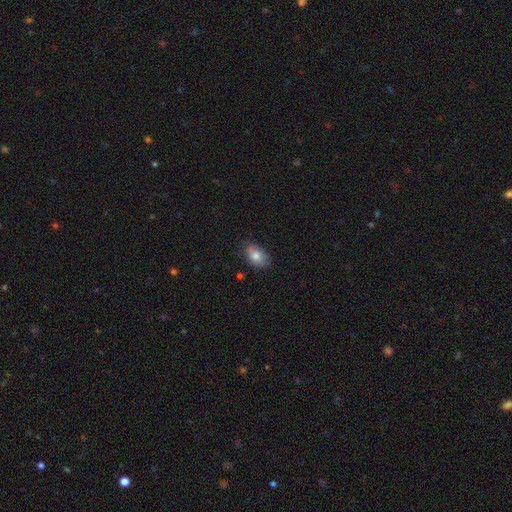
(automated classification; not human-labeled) smooth-or-featured: smooth: 79% | featured or disk: 14% | star or artifact: 8%
  how-rounded: in between: 89% | round: 9% | cigar-shaped: 2%
  merging: none: 70% | minor disturbance: 24% | major disturbance: 4% | merger: 2%